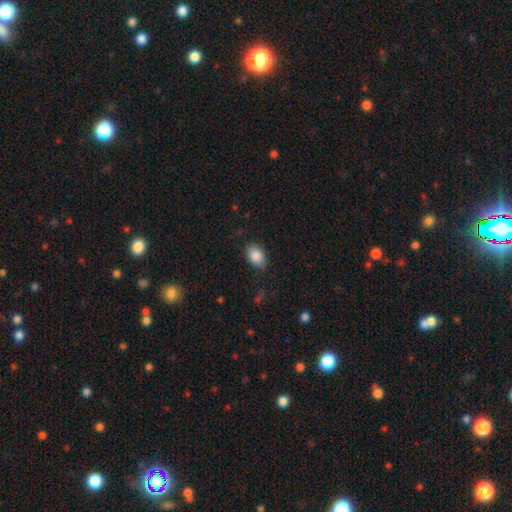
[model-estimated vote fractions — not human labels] Q: Smooth or featured?
A: smooth (86%); runner-up: star or artifact (7%)
Q: How rounded?
A: in between (85%); runner-up: round (14%)
Q: Merging?
A: none (81%); runner-up: minor disturbance (15%)